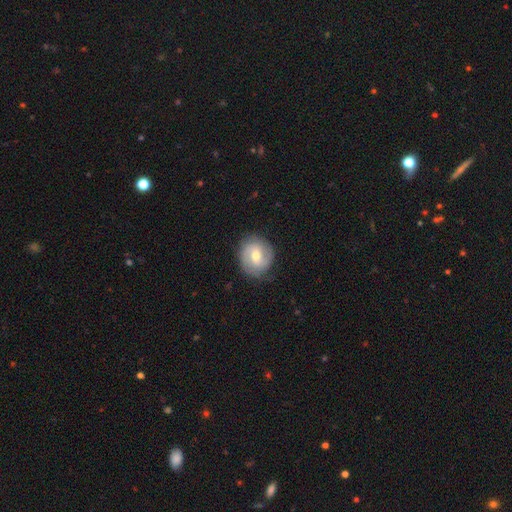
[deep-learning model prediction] Q: Smooth or featured?
A: featured or disk (62%); runner-up: smooth (32%)
Q: Edge-on disk?
A: no (97%); runner-up: yes (3%)
Q: Bar?
A: weak (46%); runner-up: no (40%)
Q: Spiral arms?
A: yes (84%); runner-up: no (16%)
Q: Spiral winding?
A: tight (43%); runner-up: medium (40%)
Q: Spiral arm count?
A: 2 (70%); runner-up: can't tell (16%)
Q: Bulge size?
A: moderate (64%); runner-up: small (32%)
Q: Merging?
A: none (80%); runner-up: minor disturbance (15%)